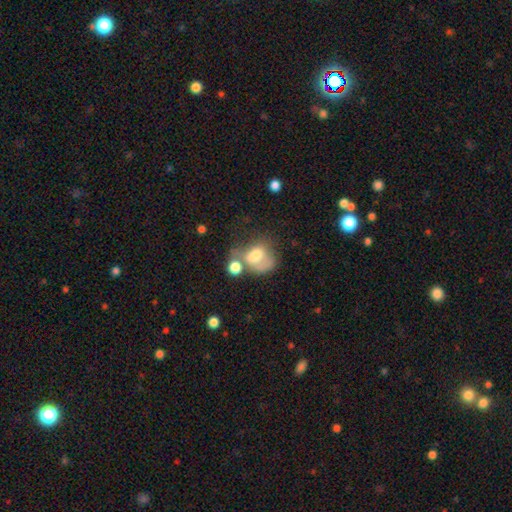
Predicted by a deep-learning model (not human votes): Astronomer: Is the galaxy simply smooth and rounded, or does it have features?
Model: smooth — 64%.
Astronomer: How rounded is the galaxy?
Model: round — 50% (runner-up: in between, 49%).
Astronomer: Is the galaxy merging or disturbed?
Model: merger — 34% (runner-up: major disturbance, 28%).